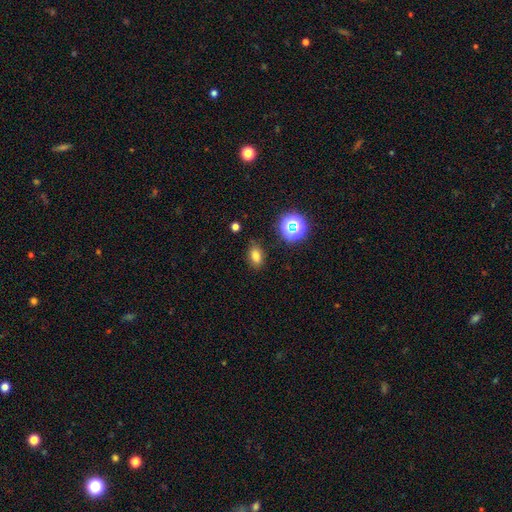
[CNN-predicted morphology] smooth_or_featured: smooth (p=0.75) [alt: star or artifact p=0.18]
how_rounded: in between (p=0.78) [alt: round p=0.20]
merging: none (p=0.82) [alt: minor disturbance p=0.13]